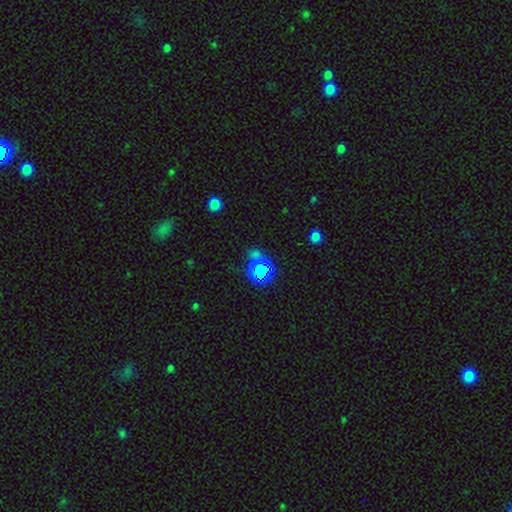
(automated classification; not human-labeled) This is possibly a star or artifact rather than a galaxy (58%).